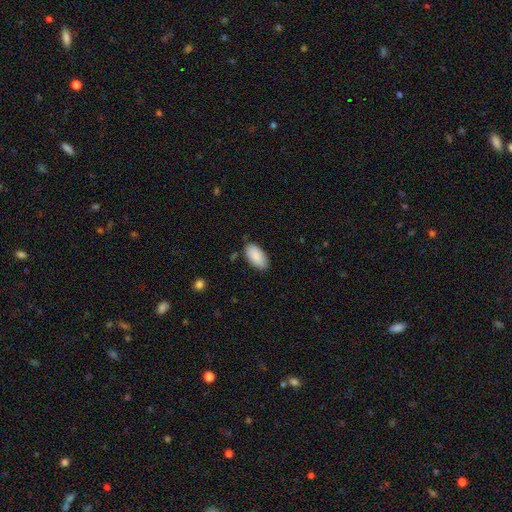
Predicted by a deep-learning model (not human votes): Smooth or featured? smooth (89%)
How rounded? in between (95%)
Merging? none (81%)